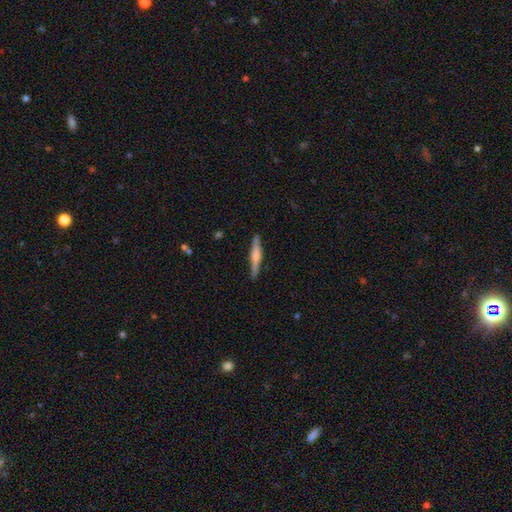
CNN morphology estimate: Smooth or featured?
  - featured or disk: 55% *
  - smooth: 39%
  - star or artifact: 6%
Edge-on disk?
  - yes: 97% *
  - no: 3%
Edge-on bulge?
  - rounded: 73% *
  - boxy: 15%
  - none: 12%
Merging?
  - none: 87% *
  - minor disturbance: 10%
  - major disturbance: 2%
  - merger: 1%